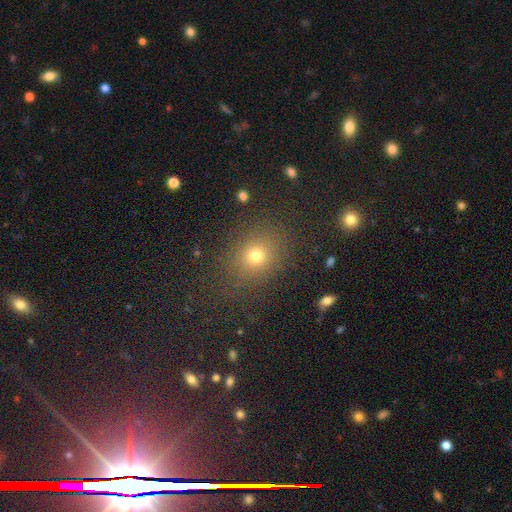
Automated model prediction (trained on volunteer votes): smooth_or_featured: smooth (p=0.72) [alt: star or artifact p=0.19]
how_rounded: round (p=0.62) [alt: in between p=0.37]
merging: none (p=0.83) [alt: minor disturbance p=0.10]